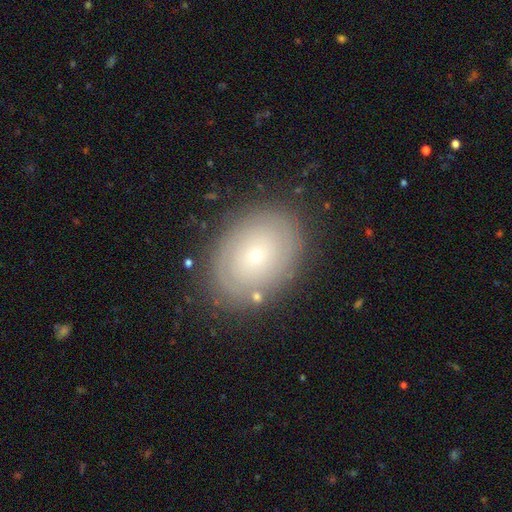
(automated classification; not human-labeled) Smooth or featured? Predicted: featured or disk (p=0.50). Edge-on disk? Predicted: no (p=0.94). Merging? Predicted: none (p=0.82).